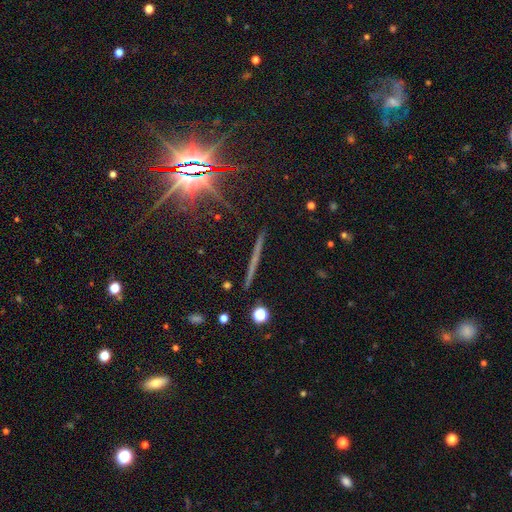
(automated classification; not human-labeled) Smooth or featured? Predicted: star or artifact (p=0.73).